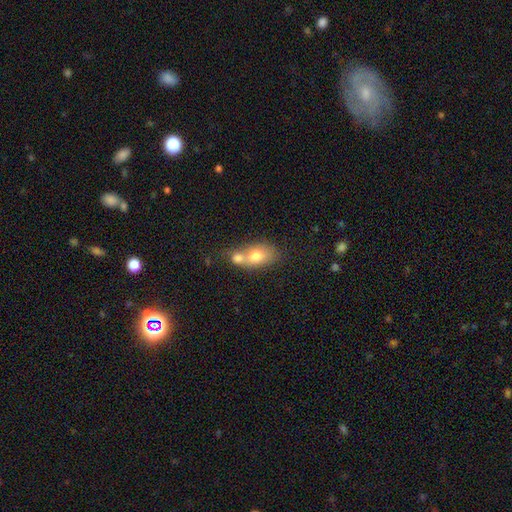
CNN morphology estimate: This appears to be a smooth galaxy with no disk features (71%) that is in between round and cigar-shaped (72%). Merging: merger (66%).